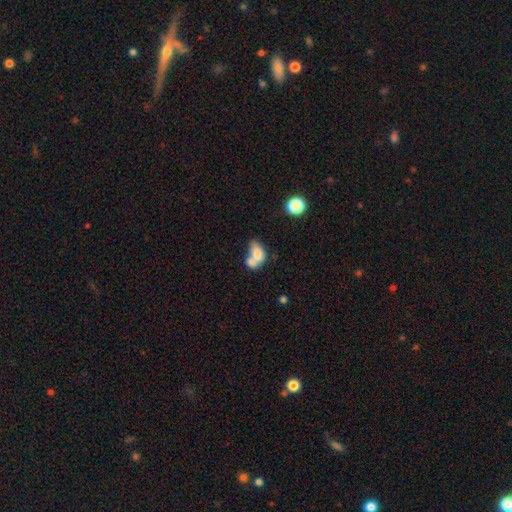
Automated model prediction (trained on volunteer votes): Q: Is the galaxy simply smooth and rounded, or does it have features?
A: smooth — 70%.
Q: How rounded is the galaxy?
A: in between — 80%.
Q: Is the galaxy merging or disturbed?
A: merger — 68%.